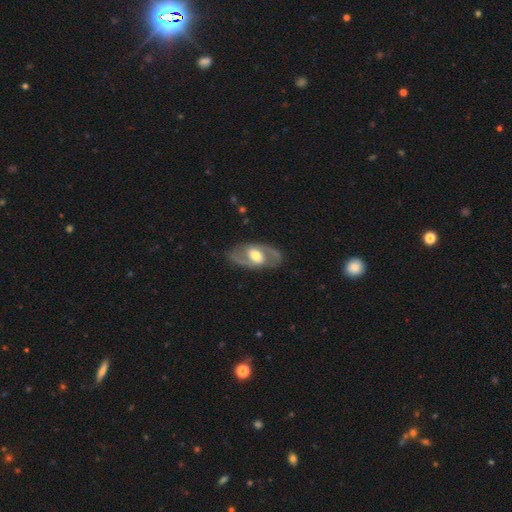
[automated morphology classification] A featured or disk galaxy (76%) with no bar (44%), 2 (87%) medium (52%) spiral arms (73%) and a moderate central bulge (65%).

Vote fractions:
- Smooth or featured? featured or disk: 76% / smooth: 19% / star or artifact: 5%
- Edge-on disk? no: 92% / yes: 8%
- Bar? no: 44% / weak: 37% / strong: 19%
- Spiral arms? yes: 73% / no: 27%
- Spiral winding? medium: 52% / loose: 25% / tight: 24%
- Spiral arm count? 2: 87% / can't tell: 7% / 1: 2% / 3: 1% / 4: 1% / more than 4: 1%
- Bulge size? moderate: 65% / large: 22% / small: 10% / dominant: 1% / none: 1%
- Merging? none: 83% / minor disturbance: 11% / major disturbance: 5% / merger: 1%